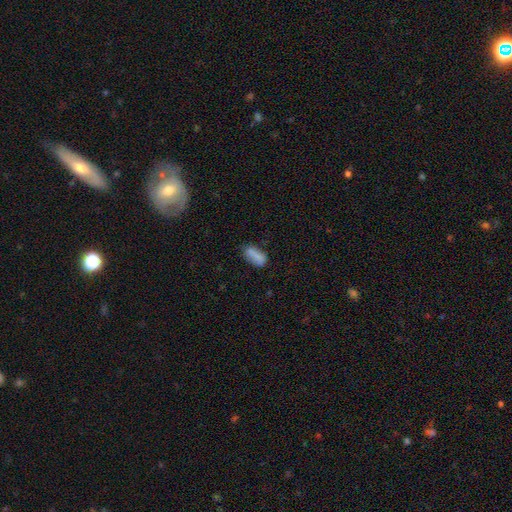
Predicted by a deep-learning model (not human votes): smooth_or_featured: smooth (p=0.81) [alt: featured or disk p=0.10]
how_rounded: in between (p=0.81) [alt: cigar-shaped p=0.16]
merging: none (p=0.65) [alt: minor disturbance p=0.22]